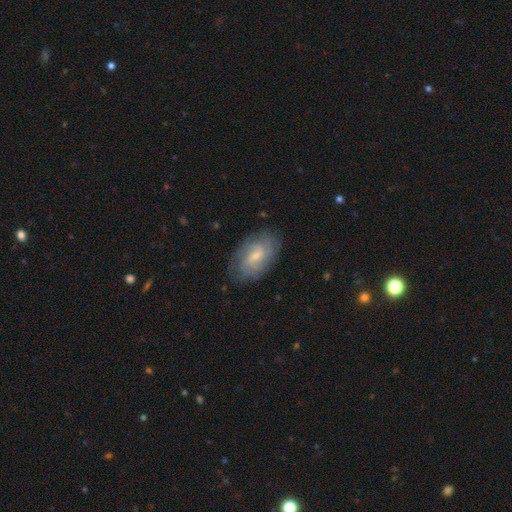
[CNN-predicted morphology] This is likely a featured or disk galaxy (69%). It is clearly not viewed edge-on (96%). Bar: possibly weak (54%). Spiral arm pattern: clearly yes (88%). Spiral arm count: marginally can't tell (44%). Spiral winding: possibly tight (51%). Central bulge: likely small (68%). Merging: likely none (78%).